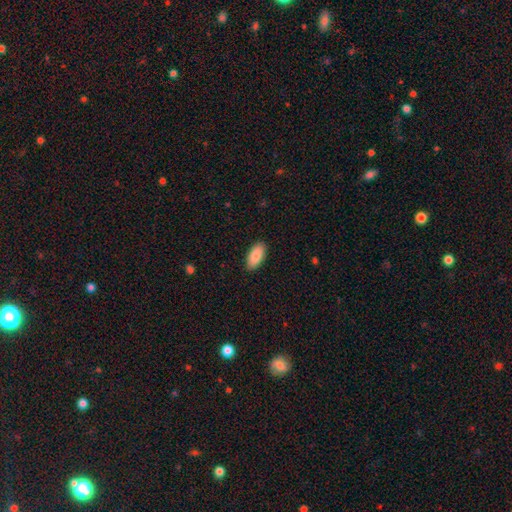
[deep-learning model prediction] smooth_or_featured: smooth (p=0.88) [alt: featured or disk p=0.06]
how_rounded: in between (p=0.92) [alt: cigar-shaped p=0.06]
merging: none (p=0.89) [alt: minor disturbance p=0.08]